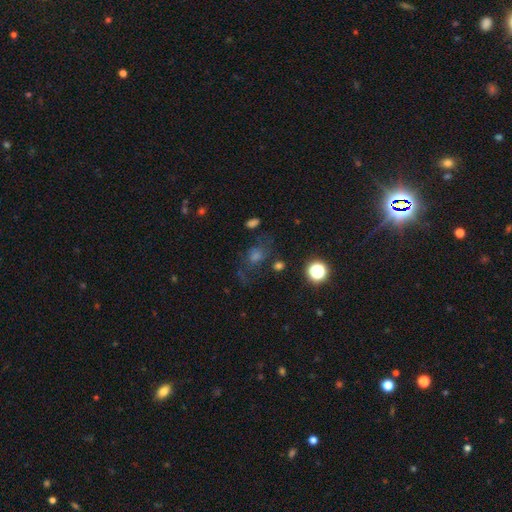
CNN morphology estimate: A smooth galaxy with no disk features (36%).

Vote fractions:
- Smooth or featured? smooth: 36% / star or artifact: 35% / featured or disk: 29%
- Merging? none: 58% / minor disturbance: 19% / major disturbance: 18% / merger: 5%